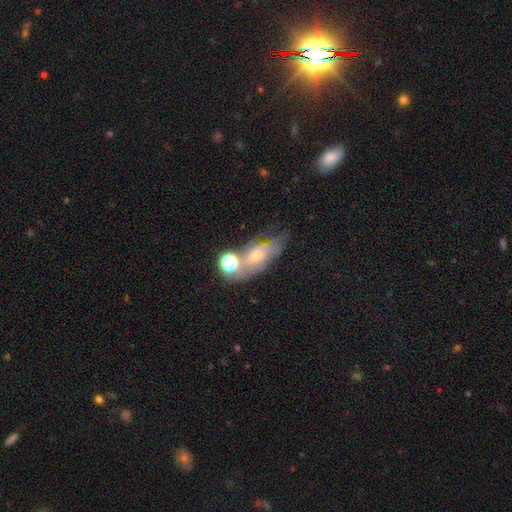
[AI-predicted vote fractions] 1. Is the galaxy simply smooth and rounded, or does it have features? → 45% featured or disk, 38% smooth, 17% star or artifact.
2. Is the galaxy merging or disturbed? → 33% none, 24% major disturbance, 23% minor disturbance, 20% merger.